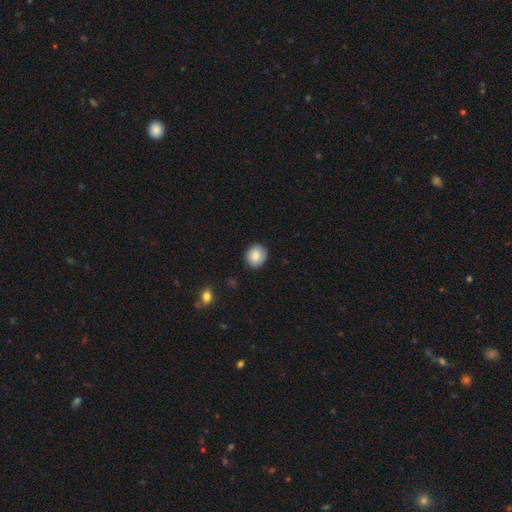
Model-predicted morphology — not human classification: Q: Smooth or featured?
A: smooth (84%); runner-up: featured or disk (9%)
Q: How rounded?
A: round (84%); runner-up: in between (15%)
Q: Merging?
A: none (85%); runner-up: minor disturbance (12%)